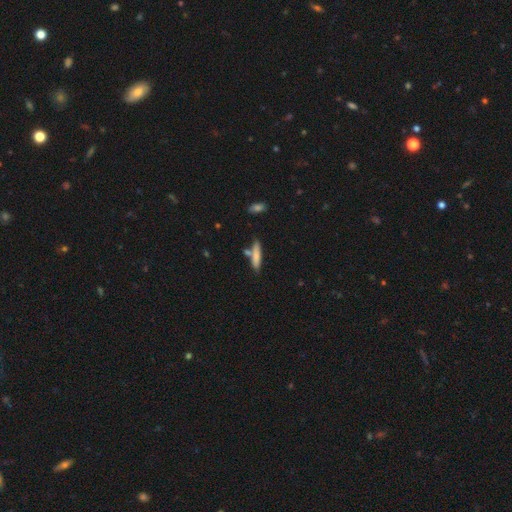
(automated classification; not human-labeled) Smooth or featured? smooth (76%)
How rounded? cigar-shaped (82%)
Merging? none (69%)